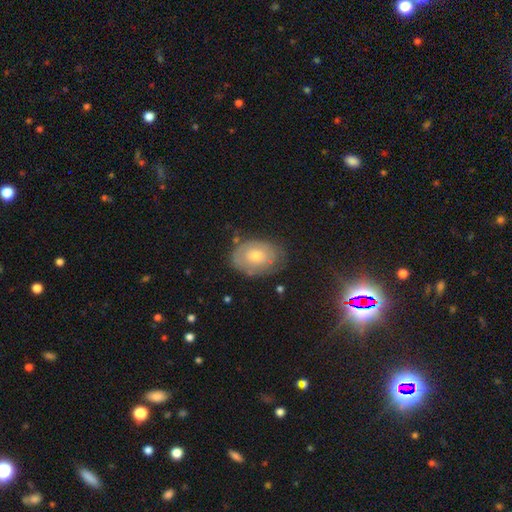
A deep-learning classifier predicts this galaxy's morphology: A featured or disk galaxy (45%). Merging: none (72%).